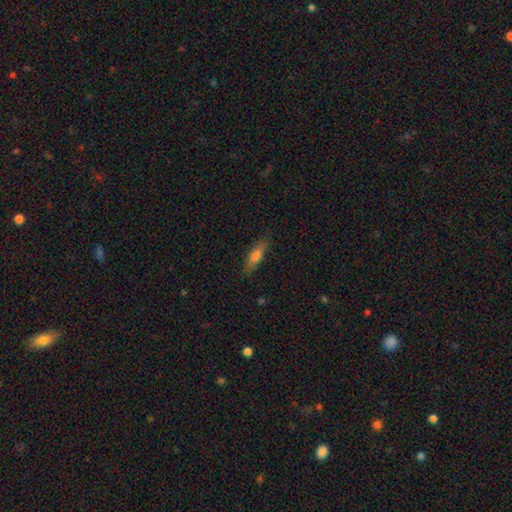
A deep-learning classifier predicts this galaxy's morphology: Smooth or featured? Predicted: smooth (p=0.65). How rounded? Predicted: cigar-shaped (p=0.65). Merging? Predicted: none (p=0.84).